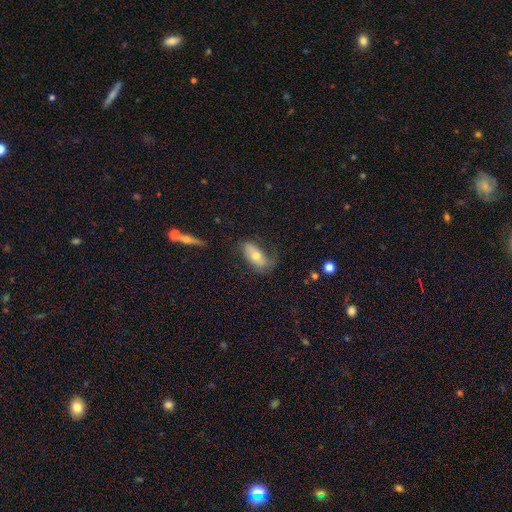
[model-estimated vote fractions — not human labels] smooth_or_featured: smooth (p=0.52) [alt: featured or disk p=0.40]
how_rounded: in between (p=0.83) [alt: cigar-shaped p=0.13]
merging: none (p=0.44) [alt: minor disturbance p=0.31]